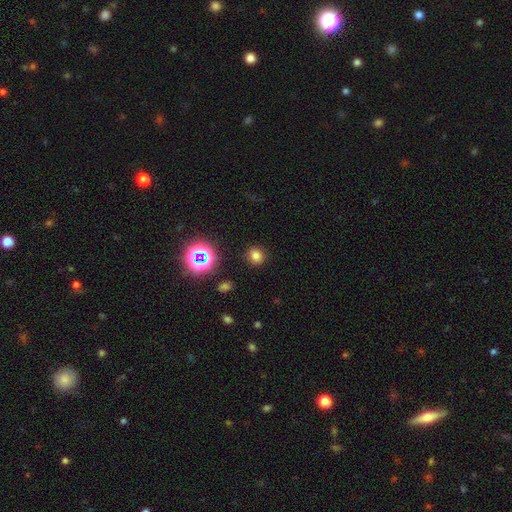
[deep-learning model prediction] Smooth or featured?
  - smooth: 73% *
  - star or artifact: 21%
  - featured or disk: 6%
How rounded?
  - round: 77% *
  - in between: 22%
  - cigar-shaped: 1%
Merging?
  - none: 88% *
  - minor disturbance: 8%
  - major disturbance: 3%
  - merger: 2%